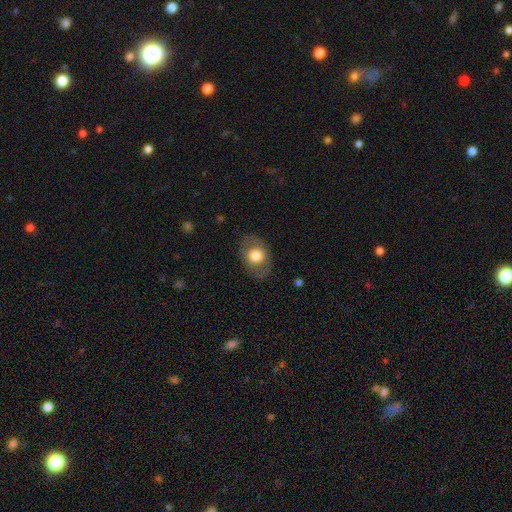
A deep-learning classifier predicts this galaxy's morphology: smooth_or_featured: smooth (p=0.68) [alt: featured or disk p=0.24]
how_rounded: in between (p=0.66) [alt: round p=0.33]
merging: none (p=0.81) [alt: minor disturbance p=0.12]